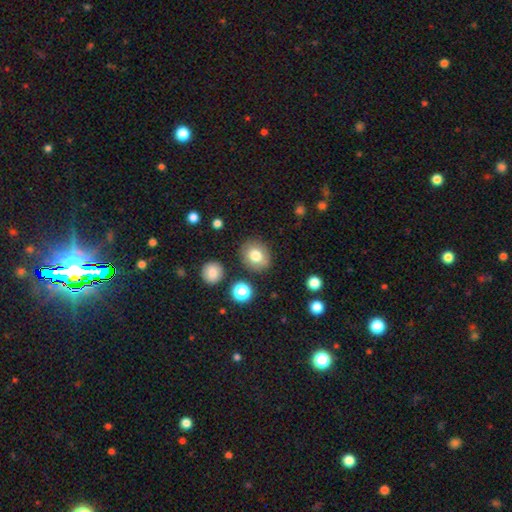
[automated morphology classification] Smooth or featured?
  - smooth: 78% *
  - featured or disk: 12%
  - star or artifact: 10%
How rounded?
  - round: 73% *
  - in between: 26%
  - cigar-shaped: 1%
Merging?
  - none: 83% *
  - minor disturbance: 10%
  - merger: 4%
  - major disturbance: 3%